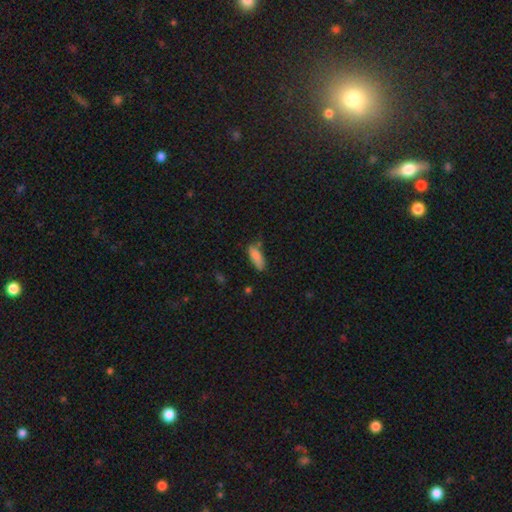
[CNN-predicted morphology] A smooth galaxy with no disk features (81%) that is in between round and cigar-shaped (67%). Merging: none (58%).